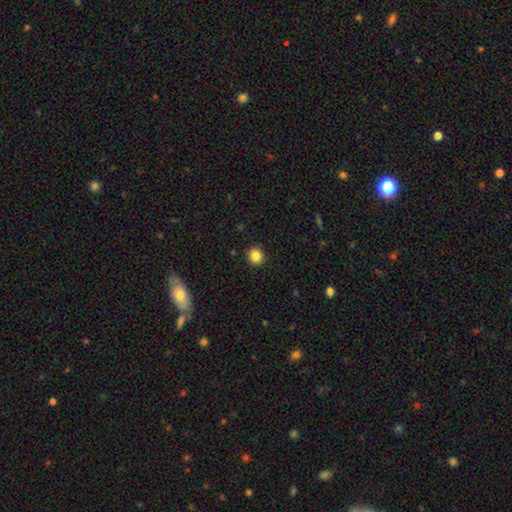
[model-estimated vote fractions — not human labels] Q: Smooth or featured?
A: smooth (84%); runner-up: star or artifact (11%)
Q: How rounded?
A: round (93%); runner-up: in between (6%)
Q: Merging?
A: none (92%); runner-up: minor disturbance (5%)